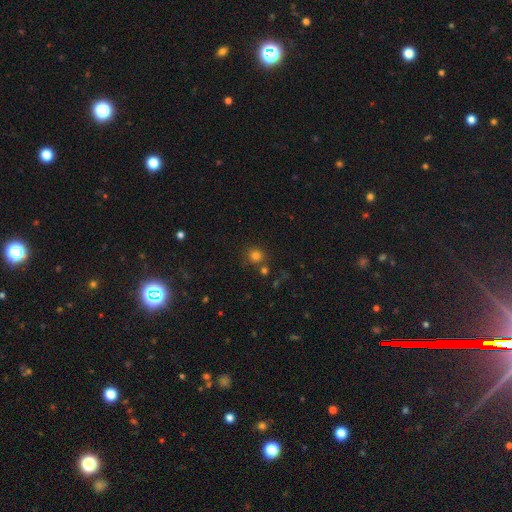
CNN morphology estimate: Smooth or featured? smooth (79%)
How rounded? round (91%)
Merging? none (76%)